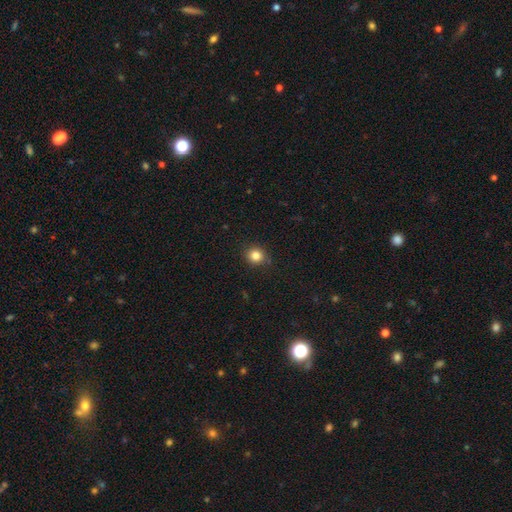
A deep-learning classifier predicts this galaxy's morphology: Smooth or featured? smooth (83%)
How rounded? round (88%)
Merging? none (88%)